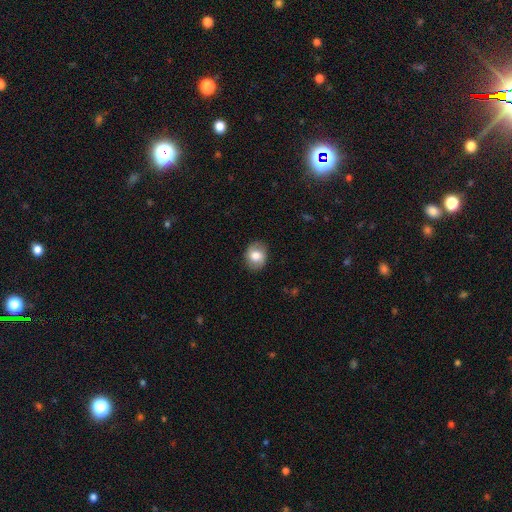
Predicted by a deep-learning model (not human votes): Overall: smooth (72%). How rounded: round (52%; in between 47%). Merging: none (85%).